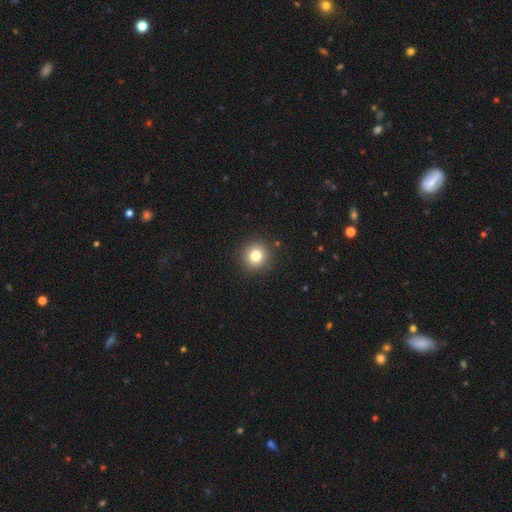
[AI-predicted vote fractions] A smooth galaxy with no disk features (81%) that is round (93%). Merging: none (91%).